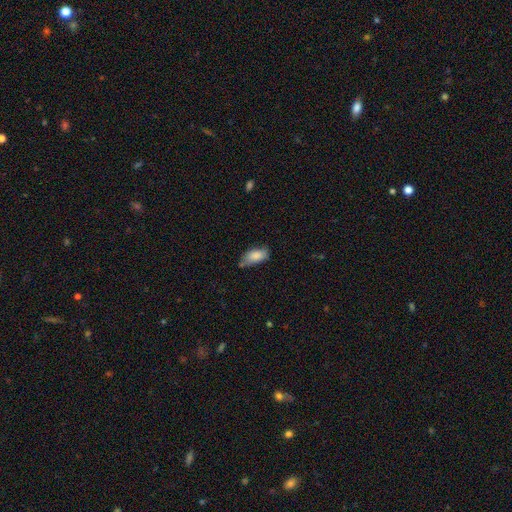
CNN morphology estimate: A smooth galaxy with no disk features (83%) that is in between round and cigar-shaped (90%). Merging: none (56%).